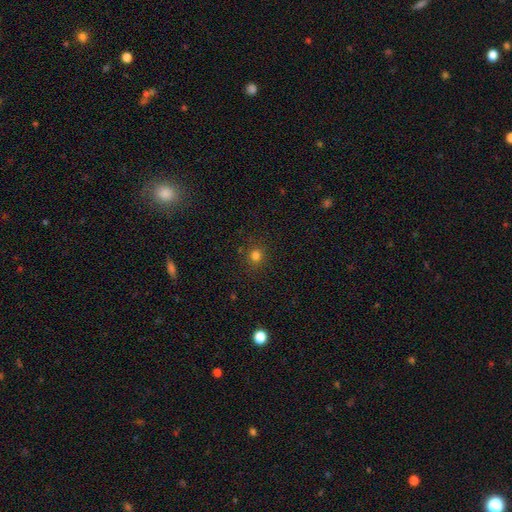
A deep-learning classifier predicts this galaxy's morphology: smooth 78%, star or artifact 17%, featured or disk 5%. Down the decision tree: how rounded — round (89%); merging — none (87%).